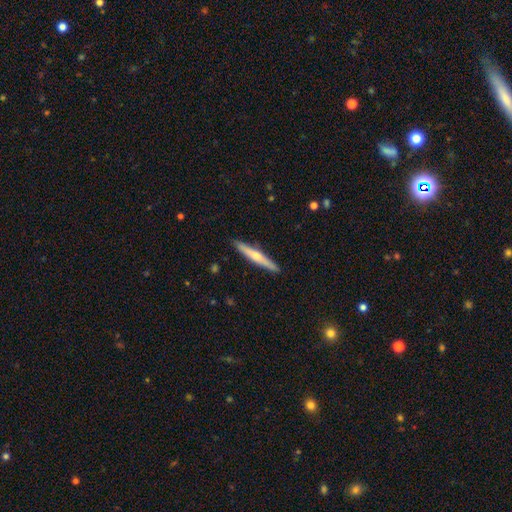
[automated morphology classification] A featured or disk galaxy (57%) viewed edge-on (96%) with a rounded central bulge (83%).

Vote fractions:
- Smooth or featured? featured or disk: 57% / smooth: 38% / star or artifact: 5%
- Edge-on disk? yes: 96% / no: 4%
- Edge-on bulge? rounded: 83% / none: 13% / boxy: 3%
- Merging? none: 91% / minor disturbance: 7% / major disturbance: 1% / merger: 1%